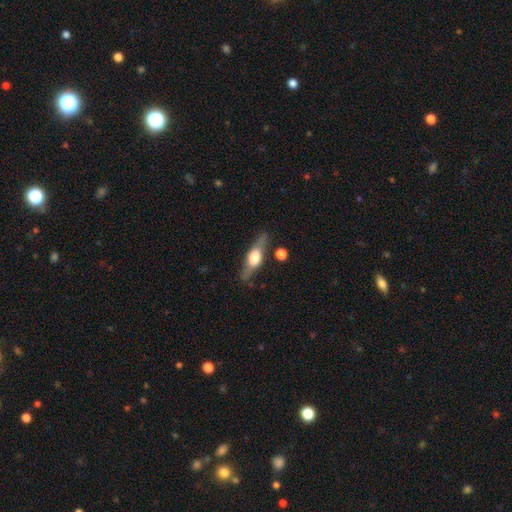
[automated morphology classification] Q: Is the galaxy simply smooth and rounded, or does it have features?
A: featured or disk — 60%.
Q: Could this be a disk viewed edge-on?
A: yes — 91%.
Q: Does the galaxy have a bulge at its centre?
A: rounded — 90%.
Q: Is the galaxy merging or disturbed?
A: none — 78%.